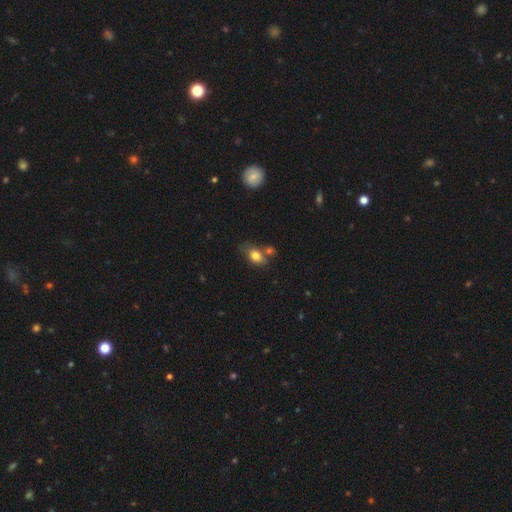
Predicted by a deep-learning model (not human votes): smooth-or-featured: smooth: 79% | featured or disk: 12% | star or artifact: 9%
  how-rounded: in between: 78% | round: 19% | cigar-shaped: 2%
  merging: none: 51% | merger: 23% | minor disturbance: 20% | major disturbance: 6%